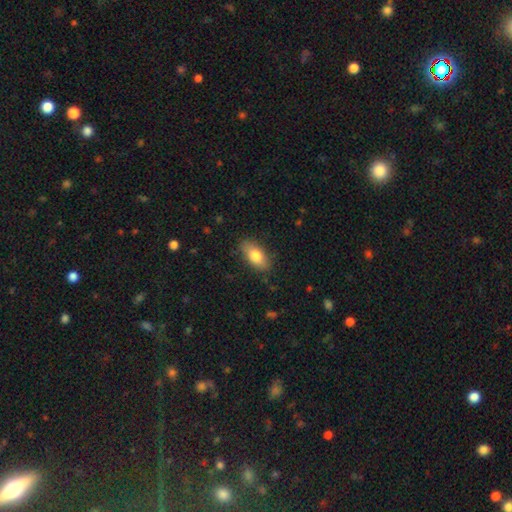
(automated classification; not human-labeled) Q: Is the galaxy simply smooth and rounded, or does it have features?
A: smooth — 77%.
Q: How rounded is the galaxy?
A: in between — 86%.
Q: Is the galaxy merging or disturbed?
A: none — 84%.